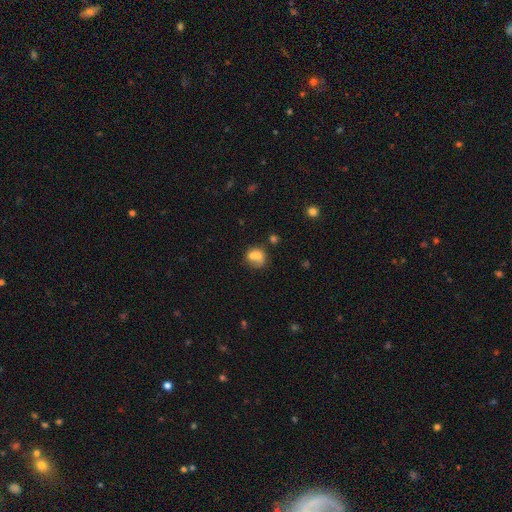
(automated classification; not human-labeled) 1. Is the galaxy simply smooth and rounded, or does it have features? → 69% smooth, 21% featured or disk, 10% star or artifact.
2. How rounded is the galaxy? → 64% round, 35% in between, 1% cigar-shaped.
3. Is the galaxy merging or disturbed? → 52% merger, 30% none, 11% minor disturbance, 7% major disturbance.